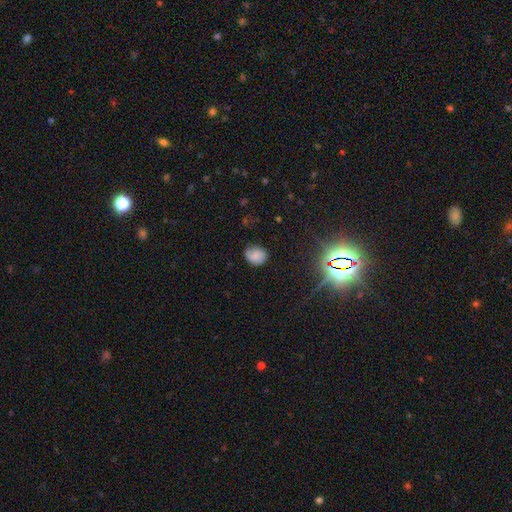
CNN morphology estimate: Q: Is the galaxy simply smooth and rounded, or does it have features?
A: smooth — 70%.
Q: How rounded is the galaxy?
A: round — 63%.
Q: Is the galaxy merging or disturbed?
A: none — 71%.